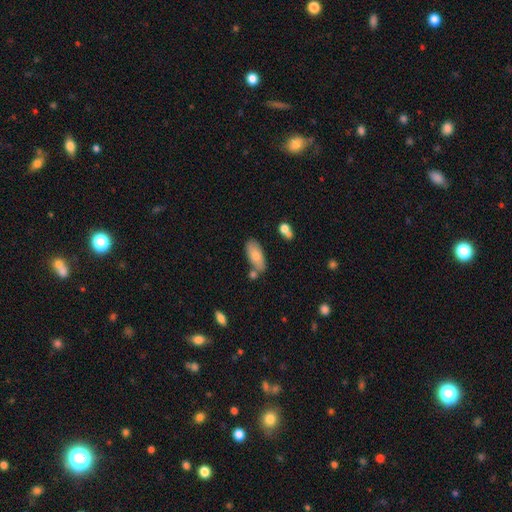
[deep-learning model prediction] smooth 80%, featured or disk 13%, star or artifact 6%. Down the decision tree: how rounded — in between (87%); merging — none (66%).